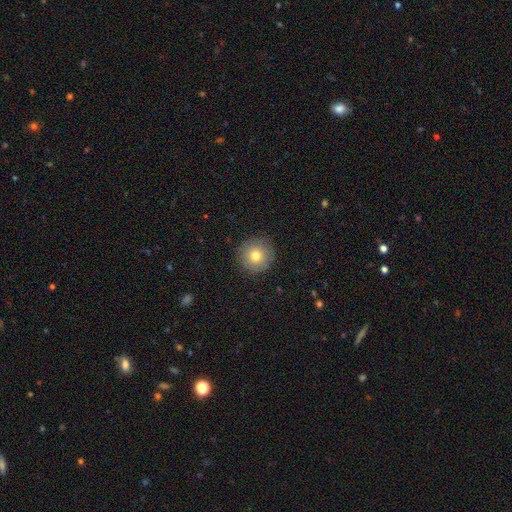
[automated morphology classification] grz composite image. It shows a smooth galaxy with no disk features (76%) that is round (95%). Merging: none (89%).